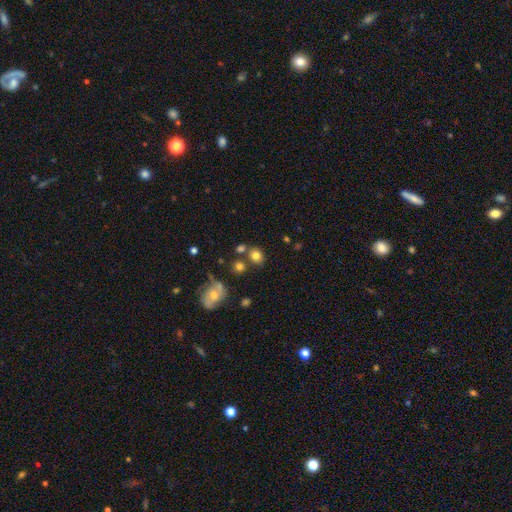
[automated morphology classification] Smooth or featured: smooth — 77% (star or artifact — 12%)
How rounded: round — 69% (in between — 30%)
Merging: none — 67% (merger — 16%)